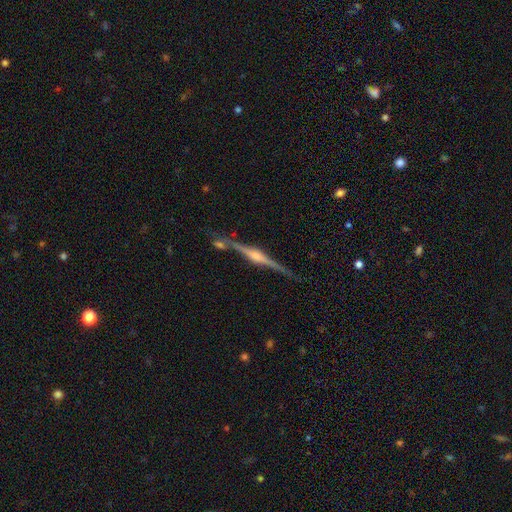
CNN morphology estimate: The model was most divided on "merging": none: 82%, minor disturbance: 10%, merger: 6%, major disturbance: 3%. More confident: edge-on disk — yes (98%); smooth or featured — featured or disk (87%); edge-on bulge — rounded (84%).